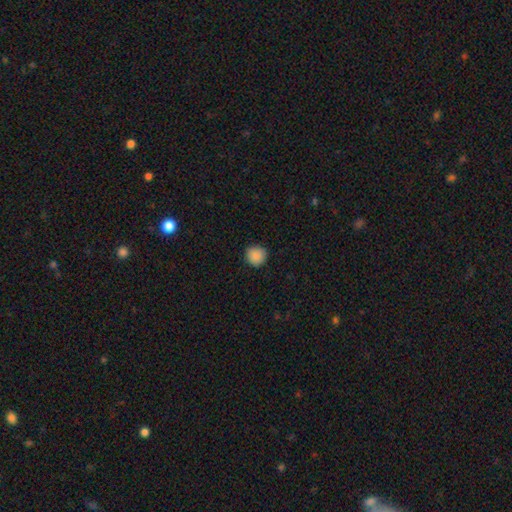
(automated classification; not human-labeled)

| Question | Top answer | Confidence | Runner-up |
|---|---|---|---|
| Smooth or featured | smooth | 89% | star or artifact (9%) |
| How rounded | round | 93% | in between (6%) |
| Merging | none | 89% | minor disturbance (8%) |